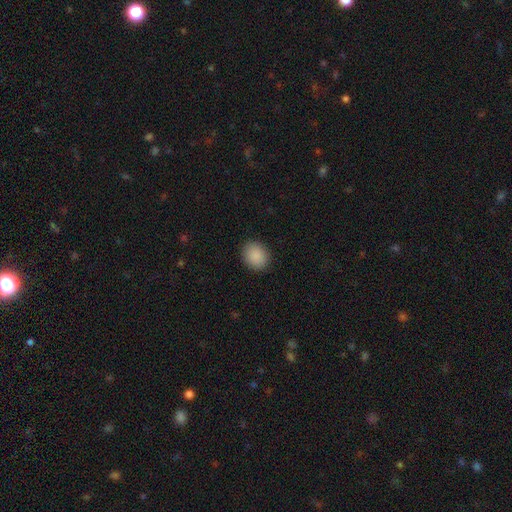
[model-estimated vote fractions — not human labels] Morphology: type=smooth (89%); roundness=round (67%); merging=none (90%).